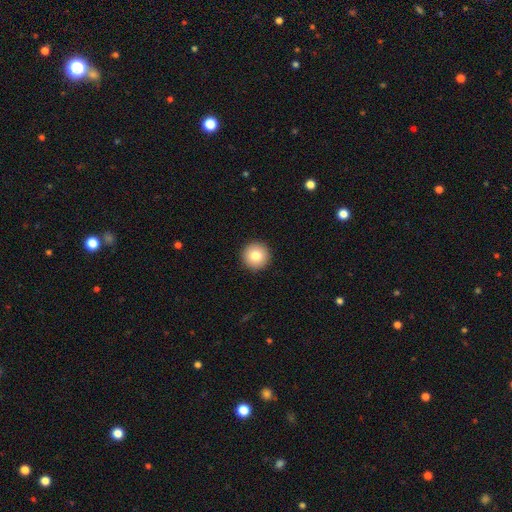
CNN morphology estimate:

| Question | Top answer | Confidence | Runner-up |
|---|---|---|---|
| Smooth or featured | smooth | 81% | featured or disk (10%) |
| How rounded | round | 96% | in between (3%) |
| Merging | none | 93% | minor disturbance (4%) |